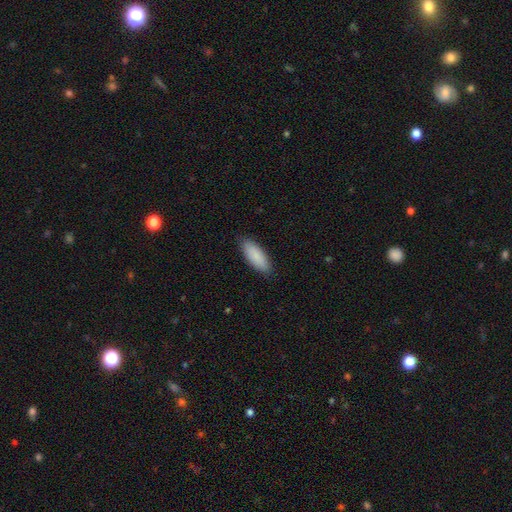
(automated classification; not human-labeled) A smooth galaxy with no disk features (89%) that is in between round and cigar-shaped (77%).

Vote fractions:
- Smooth or featured? smooth: 89% / featured or disk: 6% / star or artifact: 6%
- How rounded? in between: 77% / cigar-shaped: 21% / round: 2%
- Merging? none: 87% / minor disturbance: 10% / major disturbance: 2% / merger: 1%